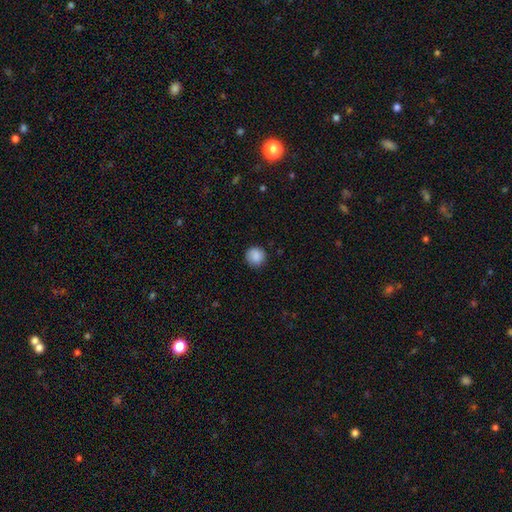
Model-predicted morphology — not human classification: Q: Smooth or featured?
A: smooth (87%); runner-up: star or artifact (8%)
Q: How rounded?
A: round (93%); runner-up: in between (6%)
Q: Merging?
A: none (87%); runner-up: minor disturbance (9%)